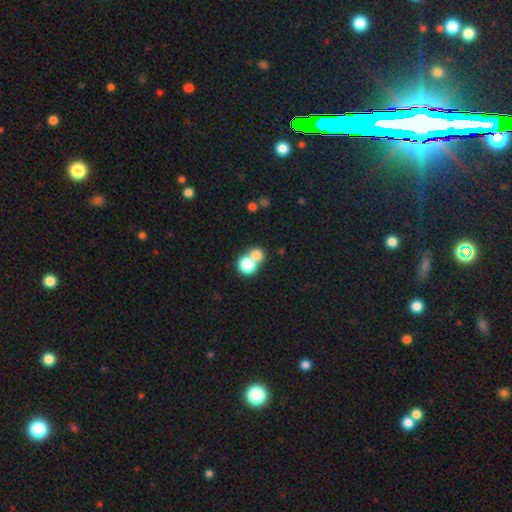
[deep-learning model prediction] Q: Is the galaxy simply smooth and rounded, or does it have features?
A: smooth — 74%.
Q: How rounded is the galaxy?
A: round — 75%.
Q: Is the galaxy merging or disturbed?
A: merger — 52%.